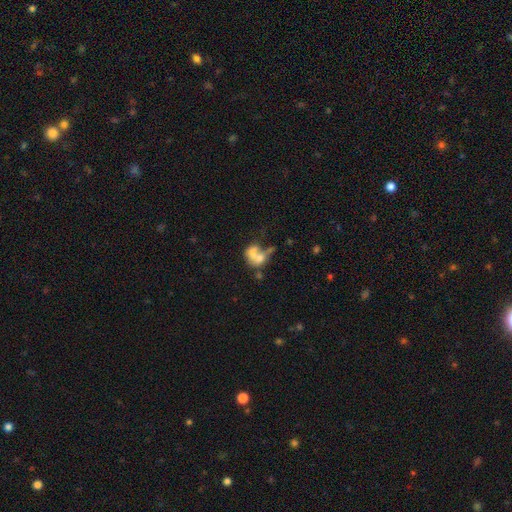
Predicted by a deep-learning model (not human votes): smooth-or-featured: smooth: 52% | featured or disk: 36% | star or artifact: 12%
  how-rounded: in between: 64% | round: 34% | cigar-shaped: 2%
  merging: merger: 55% | major disturbance: 18% | none: 18% | minor disturbance: 10%